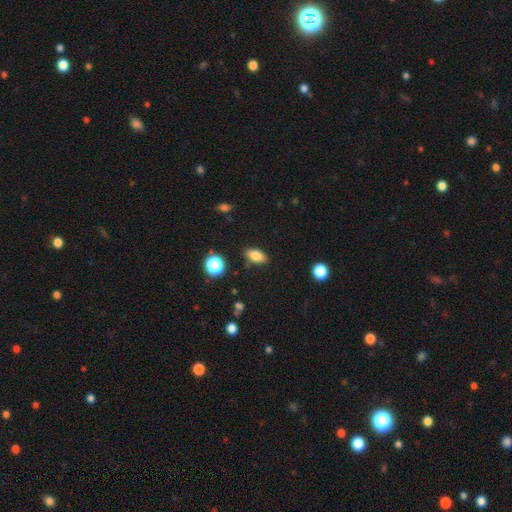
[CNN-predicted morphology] smooth-or-featured: smooth: 82% | star or artifact: 10% | featured or disk: 8%
  how-rounded: in between: 87% | round: 7% | cigar-shaped: 6%
  merging: none: 84% | minor disturbance: 11% | major disturbance: 3% | merger: 2%